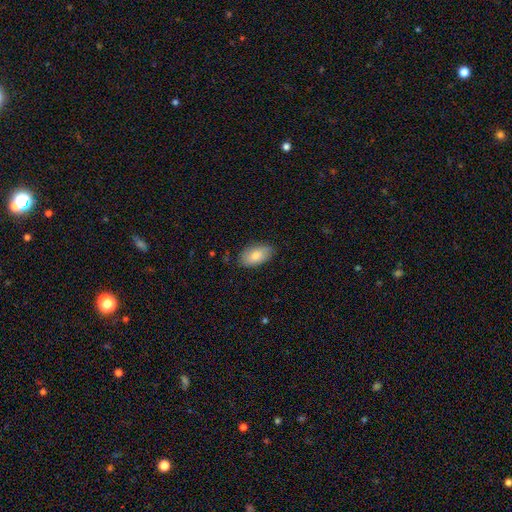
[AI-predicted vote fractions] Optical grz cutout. It shows a smooth galaxy with no disk features (80%) that is in between round and cigar-shaped (93%). Merging: none (82%).